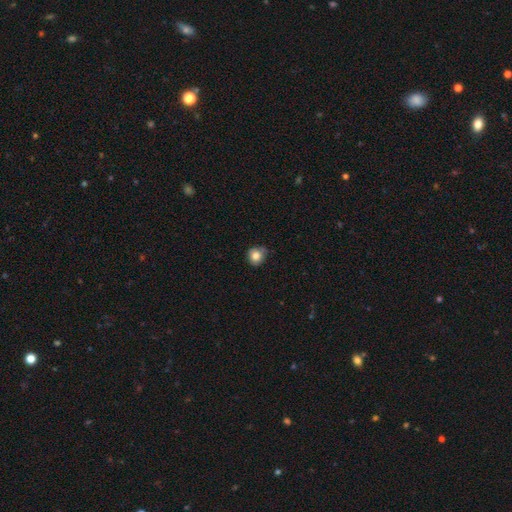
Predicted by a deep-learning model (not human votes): A smooth galaxy with no disk features (81%) that is round (83%).

Vote fractions:
- Smooth or featured? smooth: 81% / star or artifact: 10% / featured or disk: 9%
- How rounded? round: 83% / in between: 17% / cigar-shaped: 1%
- Merging? none: 68% / minor disturbance: 26% / major disturbance: 5% / merger: 2%